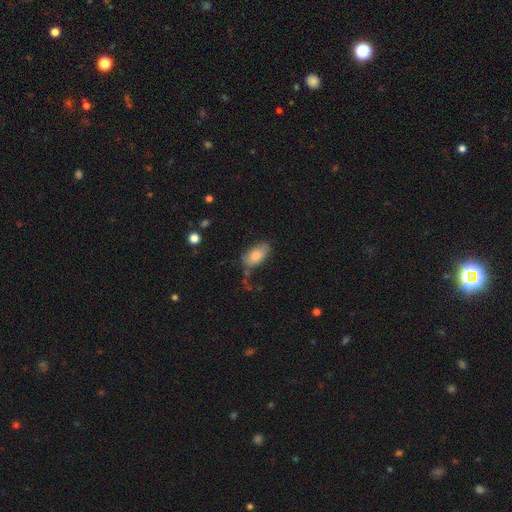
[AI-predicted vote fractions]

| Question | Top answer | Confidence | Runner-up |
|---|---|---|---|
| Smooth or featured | smooth | 79% | featured or disk (14%) |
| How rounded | in between | 93% | round (4%) |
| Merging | none | 68% | minor disturbance (22%) |